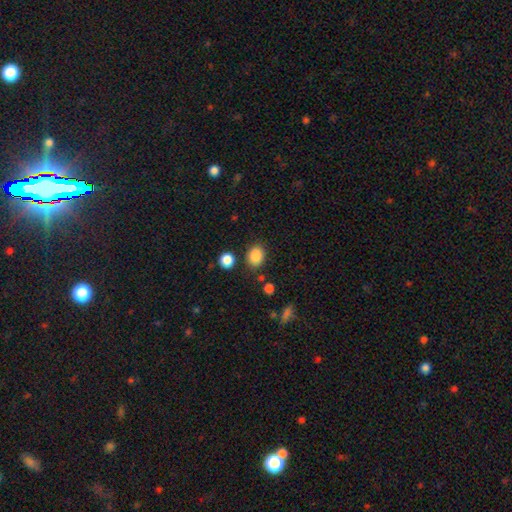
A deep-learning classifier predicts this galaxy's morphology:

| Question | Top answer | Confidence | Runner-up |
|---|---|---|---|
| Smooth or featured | smooth | 86% | star or artifact (10%) |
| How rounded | in between | 53% | round (46%) |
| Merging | none | 80% | minor disturbance (11%) |